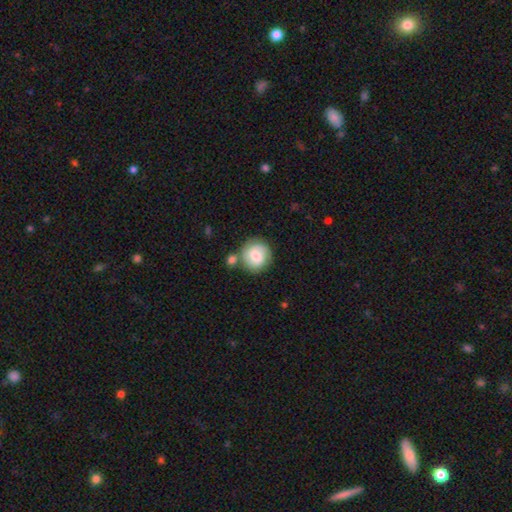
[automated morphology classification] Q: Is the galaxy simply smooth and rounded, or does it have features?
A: smooth — 69%.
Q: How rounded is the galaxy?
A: round — 90%.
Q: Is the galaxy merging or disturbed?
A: none — 66%.